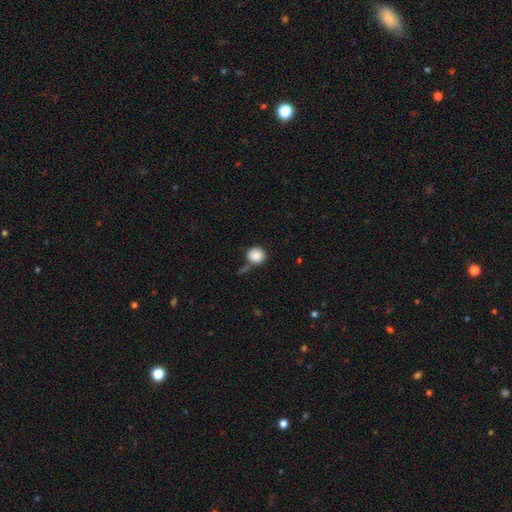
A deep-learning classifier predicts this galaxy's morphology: smooth 88%, star or artifact 8%, featured or disk 4%. Down the decision tree: how rounded — round (89%); merging — none (65%).